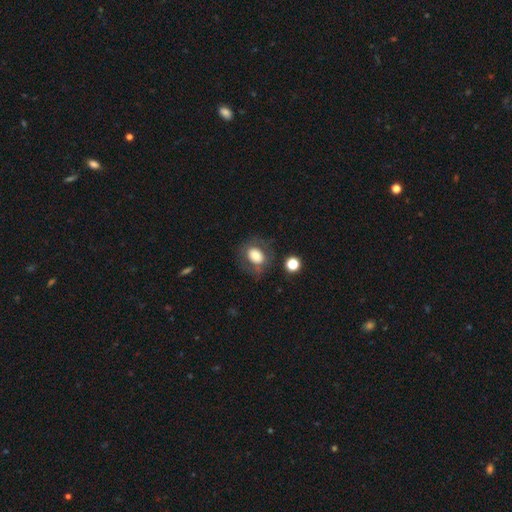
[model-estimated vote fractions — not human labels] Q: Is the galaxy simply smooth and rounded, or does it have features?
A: smooth — 69%.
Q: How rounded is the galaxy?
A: in between — 58%.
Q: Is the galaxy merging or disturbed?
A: none — 67%.